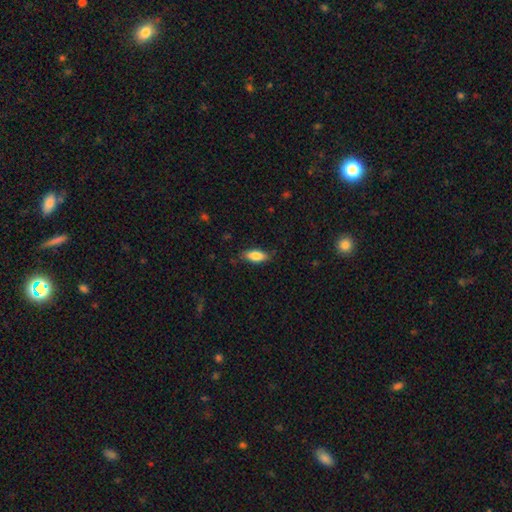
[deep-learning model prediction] Smooth or featured? smooth (83%)
How rounded? in between (81%)
Merging? none (79%)